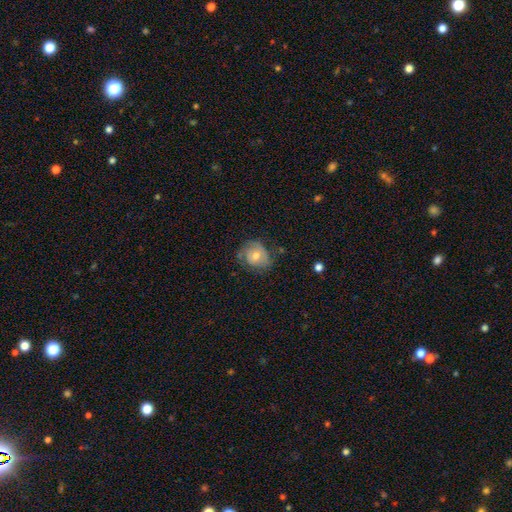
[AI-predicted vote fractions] Smooth or featured?
  - featured or disk: 49% *
  - smooth: 42%
  - star or artifact: 9%
Merging?
  - none: 60% *
  - minor disturbance: 27%
  - major disturbance: 11%
  - merger: 2%